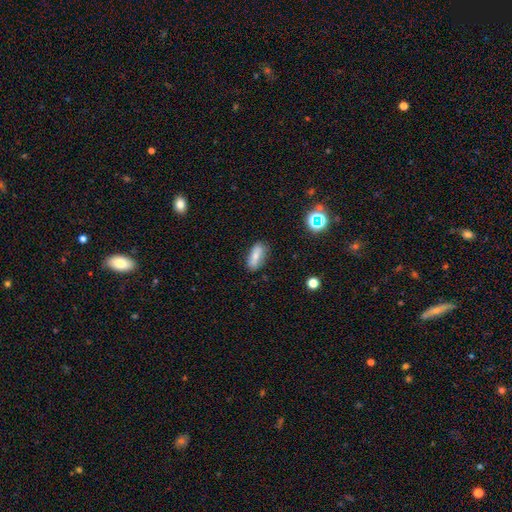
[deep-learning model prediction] Q: Smooth or featured?
A: smooth (71%); runner-up: featured or disk (20%)
Q: How rounded?
A: in between (75%); runner-up: cigar-shaped (21%)
Q: Merging?
A: none (79%); runner-up: minor disturbance (15%)